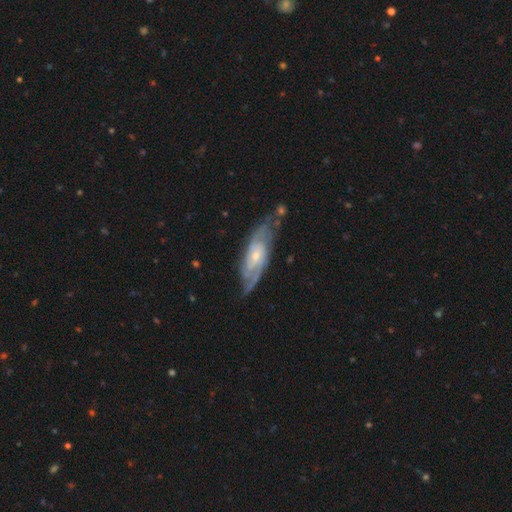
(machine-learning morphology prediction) This is clearly a featured or disk galaxy (83%). It is clearly not viewed edge-on (86%). Bar: likely no (60%). Spiral arm pattern: clearly yes (95%). Spiral arm count: possibly 2 (48%). Spiral winding: possibly tight (50%). Central bulge: likely small (64%). Merging: likely none (69%).